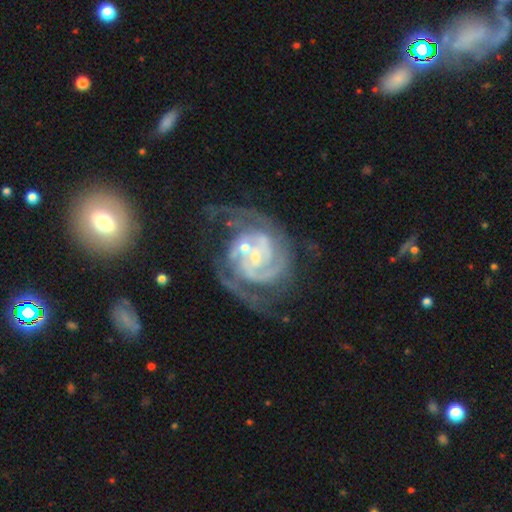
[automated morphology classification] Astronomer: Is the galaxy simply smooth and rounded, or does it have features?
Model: featured or disk — 90%.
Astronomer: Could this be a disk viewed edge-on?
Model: no — 98%.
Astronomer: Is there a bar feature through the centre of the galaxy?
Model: no — 53% (runner-up: weak, 34%).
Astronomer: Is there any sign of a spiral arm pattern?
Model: yes — 97%.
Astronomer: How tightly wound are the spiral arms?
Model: tight — 63%.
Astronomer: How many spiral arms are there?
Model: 2 — 45% (runner-up: 3, 22%).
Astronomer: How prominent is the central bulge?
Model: small — 72%.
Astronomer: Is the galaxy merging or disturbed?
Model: none — 42% (runner-up: merger, 22%).